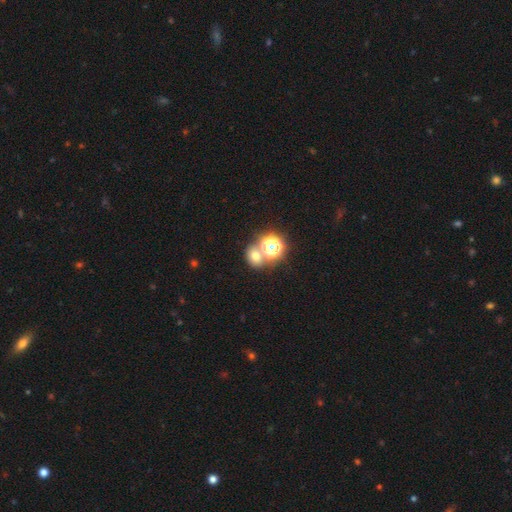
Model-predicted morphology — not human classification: smooth 63%, star or artifact 27%, featured or disk 10%. Down the decision tree: how rounded — round (64%); merging — none (60%).